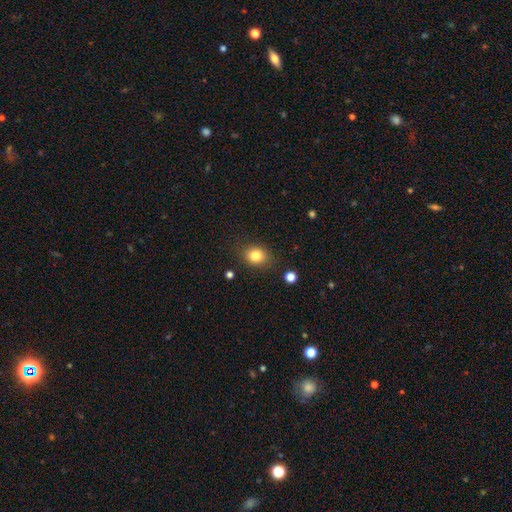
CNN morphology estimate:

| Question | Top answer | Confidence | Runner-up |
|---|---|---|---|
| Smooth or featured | smooth | 82% | star or artifact (11%) |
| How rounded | round | 58% | in between (41%) |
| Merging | none | 84% | minor disturbance (11%) |